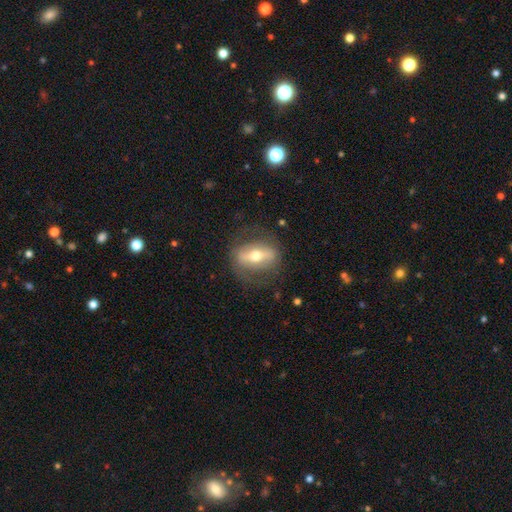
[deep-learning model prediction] Smooth or featured?
  - featured or disk: 64% *
  - smooth: 29%
  - star or artifact: 7%
Edge-on disk?
  - no: 64% *
  - yes: 36%
Merging?
  - none: 75% *
  - minor disturbance: 15%
  - major disturbance: 9%
  - merger: 1%